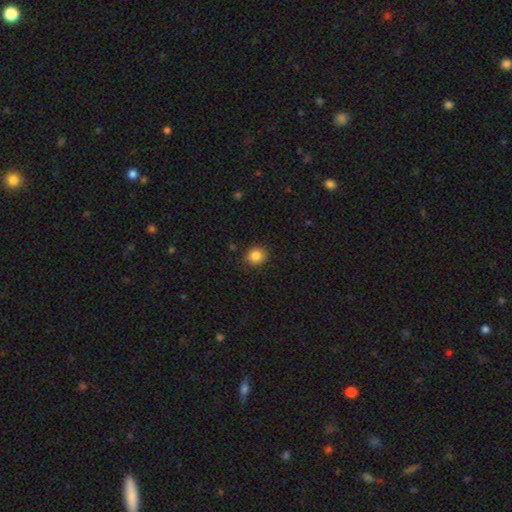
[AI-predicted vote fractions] Smooth or featured?
  - smooth: 86% *
  - star or artifact: 10%
  - featured or disk: 4%
How rounded?
  - round: 81% *
  - in between: 18%
  - cigar-shaped: 1%
Merging?
  - none: 88% *
  - minor disturbance: 8%
  - major disturbance: 2%
  - merger: 1%